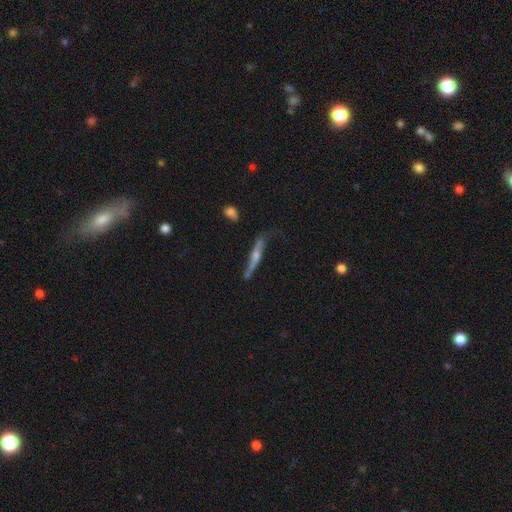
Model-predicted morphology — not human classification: smooth-or-featured: featured or disk: 64% | smooth: 28% | star or artifact: 8%
  disk-edge-on: yes: 86% | no: 14%
    edge-on-bulge: rounded: 75% | none: 17% | boxy: 8%
  merging: none: 55% | minor disturbance: 27% | major disturbance: 13% | merger: 6%